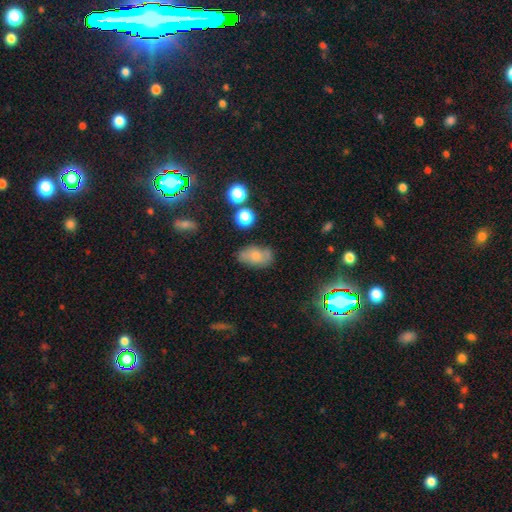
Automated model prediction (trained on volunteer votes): Morphology: type=smooth (72%); roundness=in between (88%); merging=none (69%).